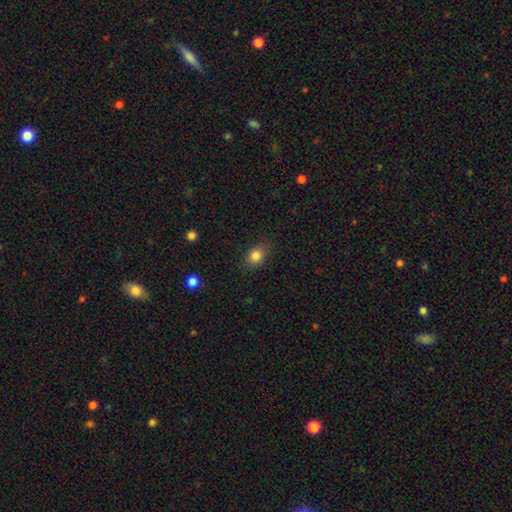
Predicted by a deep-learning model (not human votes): Overall: smooth (84%). How rounded: in between (51%; round 48%). Merging: none (83%).